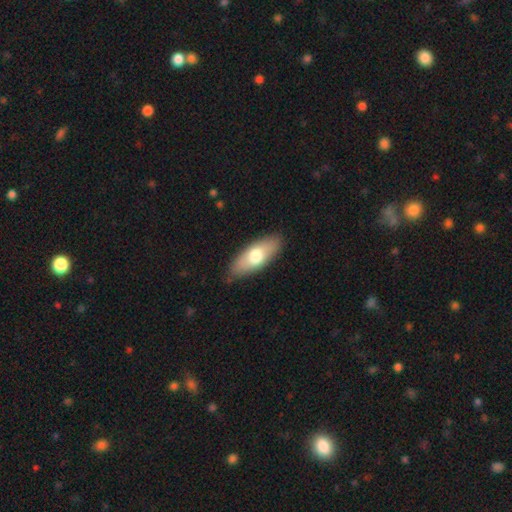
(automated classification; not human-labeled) A smooth galaxy with no disk features (69%) that is in between round and cigar-shaped (75%).

Vote fractions:
- Smooth or featured? smooth: 69% / featured or disk: 26% / star or artifact: 6%
- How rounded? in between: 75% / cigar-shaped: 22% / round: 2%
- Merging? none: 83% / minor disturbance: 13% / major disturbance: 3% / merger: 1%